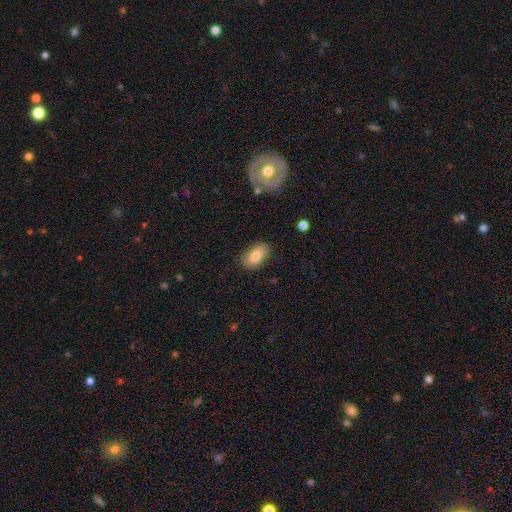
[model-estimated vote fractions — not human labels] Smooth or featured? Predicted: smooth (p=0.80). How rounded? Predicted: in between (p=0.92). Merging? Predicted: none (p=0.83).